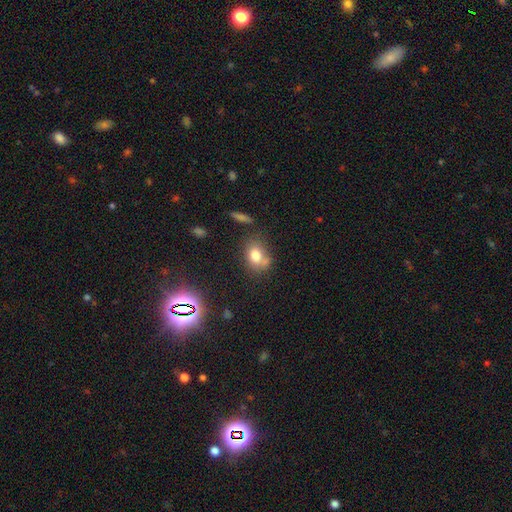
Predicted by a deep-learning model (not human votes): A smooth galaxy with no disk features (76%) that is in between round and cigar-shaped (62%). Merging: none (49%).